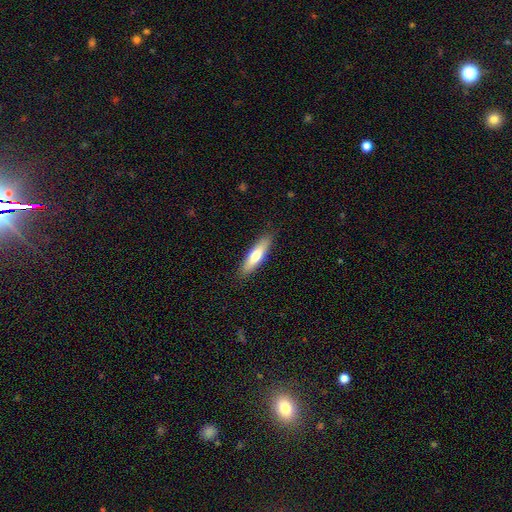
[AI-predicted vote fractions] Smooth or featured? Predicted: smooth (p=0.67). How rounded? Predicted: cigar-shaped (p=0.65). Merging? Predicted: none (p=0.88).